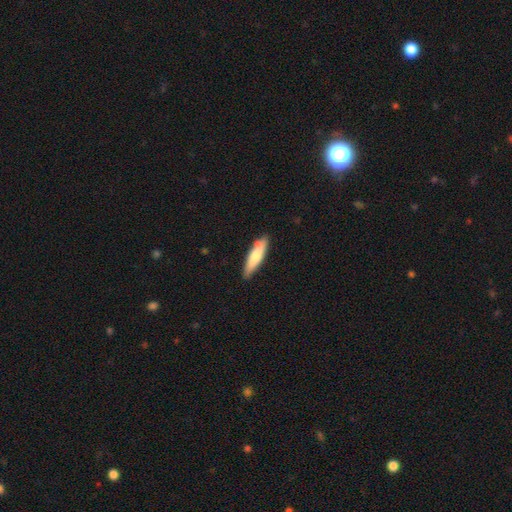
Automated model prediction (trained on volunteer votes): Morphology: type=smooth (74%); roundness=cigar-shaped (74%); merging=none (81%).